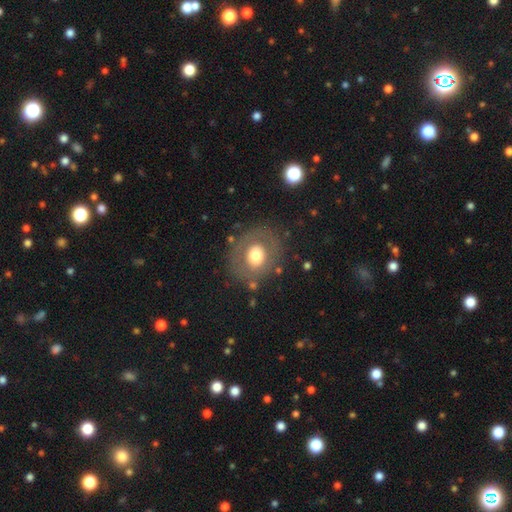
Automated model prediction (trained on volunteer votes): A smooth galaxy with no disk features (59%) that is round (73%). Merging: none (78%).